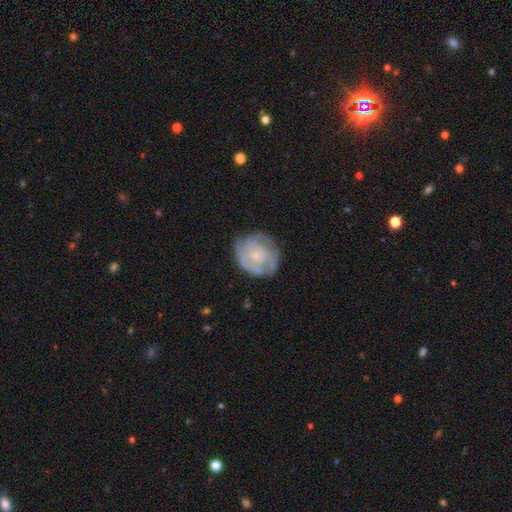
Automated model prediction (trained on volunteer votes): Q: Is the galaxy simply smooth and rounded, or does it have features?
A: featured or disk — 57%.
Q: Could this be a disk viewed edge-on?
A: no — 97%.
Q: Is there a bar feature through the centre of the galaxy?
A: no — 84%.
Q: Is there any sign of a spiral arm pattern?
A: yes — 60%.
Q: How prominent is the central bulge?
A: small — 64%.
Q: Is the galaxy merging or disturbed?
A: none — 69%.